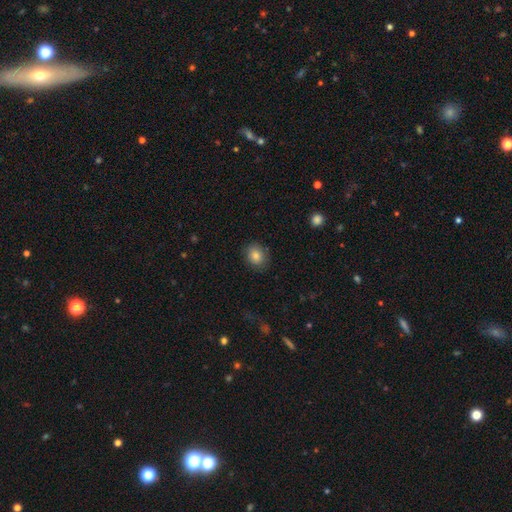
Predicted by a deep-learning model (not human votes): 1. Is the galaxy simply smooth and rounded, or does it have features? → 83% smooth, 9% star or artifact, 8% featured or disk.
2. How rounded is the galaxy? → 60% round, 39% in between, 1% cigar-shaped.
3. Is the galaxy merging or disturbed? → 85% none, 11% minor disturbance, 3% major disturbance, 1% merger.